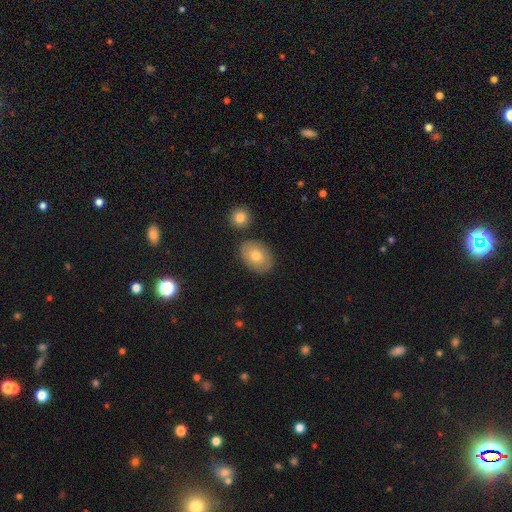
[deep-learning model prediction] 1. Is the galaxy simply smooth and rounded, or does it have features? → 74% smooth, 18% featured or disk, 7% star or artifact.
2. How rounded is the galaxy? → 76% in between, 23% round, 1% cigar-shaped.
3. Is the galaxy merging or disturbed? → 80% none, 11% minor disturbance, 6% merger, 3% major disturbance.